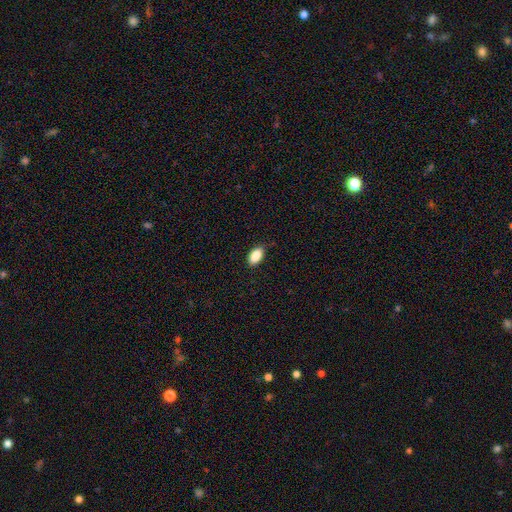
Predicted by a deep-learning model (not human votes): Morphology: type=smooth (88%); roundness=in between (93%); merging=none (83%).